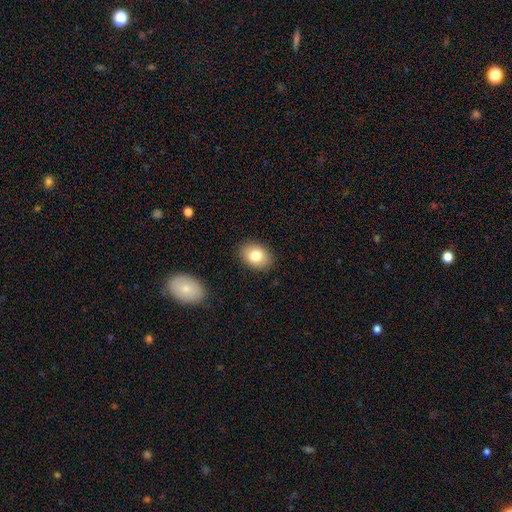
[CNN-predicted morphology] type=smooth (80%); roundness=in between (76%); merging=none (88%).